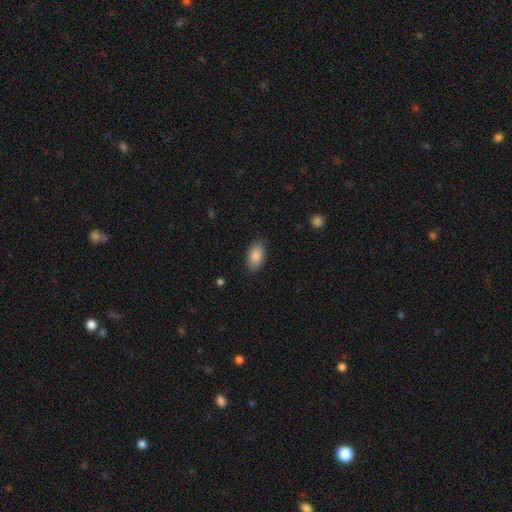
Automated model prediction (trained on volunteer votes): smooth-or-featured: smooth: 88% | star or artifact: 7% | featured or disk: 5%
  how-rounded: in between: 93% | round: 4% | cigar-shaped: 2%
  merging: none: 86% | minor disturbance: 10% | major disturbance: 3% | merger: 1%